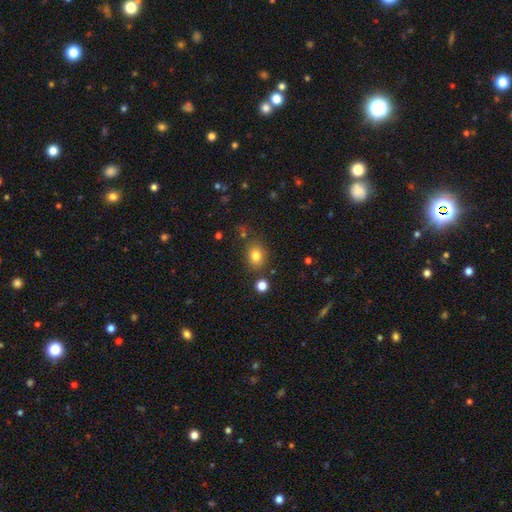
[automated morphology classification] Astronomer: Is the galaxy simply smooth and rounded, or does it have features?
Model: smooth — 80%.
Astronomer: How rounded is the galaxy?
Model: round — 63%.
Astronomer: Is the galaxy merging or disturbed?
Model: none — 79%.